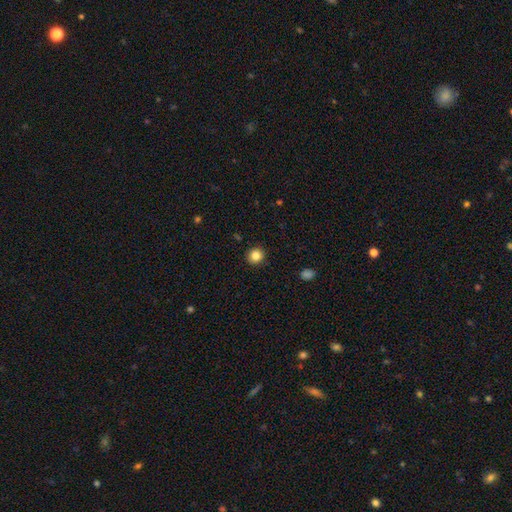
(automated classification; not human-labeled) Overall: smooth (84%). How rounded: round (89%). Merging: none (92%).